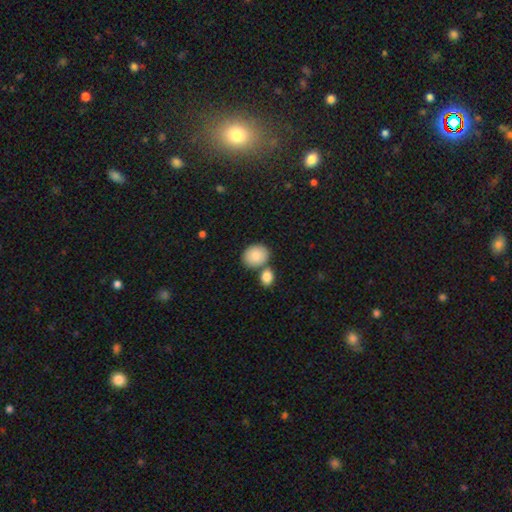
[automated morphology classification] smooth 85%, featured or disk 8%, star or artifact 7%. Down the decision tree: how rounded — in between (55%); merging — none (62%).